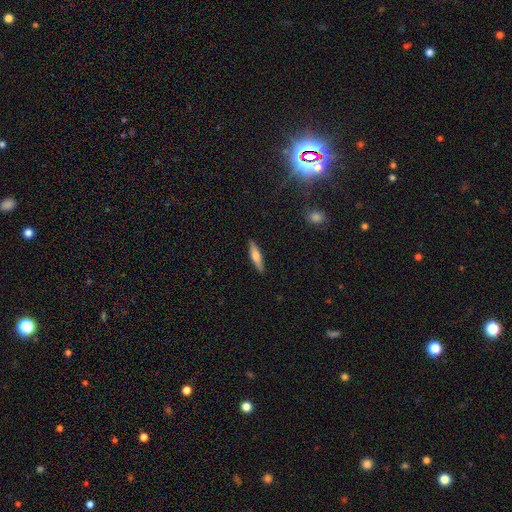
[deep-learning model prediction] smooth_or_featured: smooth (p=0.63) [alt: featured or disk p=0.31]
how_rounded: cigar-shaped (p=0.79) [alt: in between p=0.19]
merging: none (p=0.89) [alt: minor disturbance p=0.08]